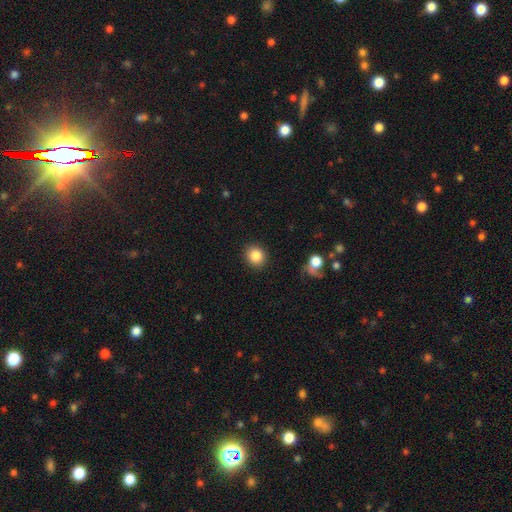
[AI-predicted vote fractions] A smooth galaxy with no disk features (86%) that is round (81%).

Vote fractions:
- Smooth or featured? smooth: 86% / star or artifact: 9% / featured or disk: 5%
- How rounded? round: 81% / in between: 18% / cigar-shaped: 1%
- Merging? none: 89% / minor disturbance: 7% / major disturbance: 3% / merger: 2%